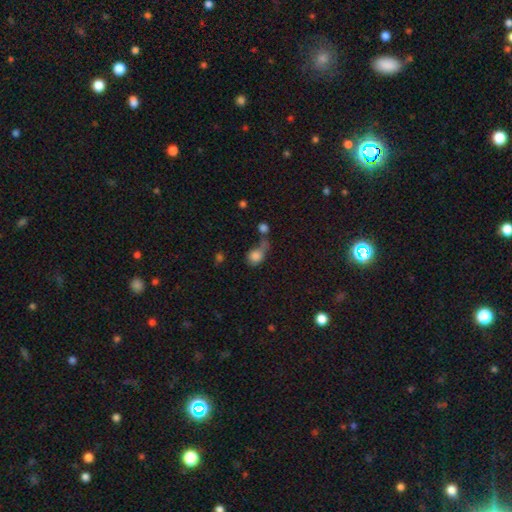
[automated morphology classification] This is likely a smooth galaxy (80%). How rounded: possibly round (53%). Merging: marginally merger (40%).